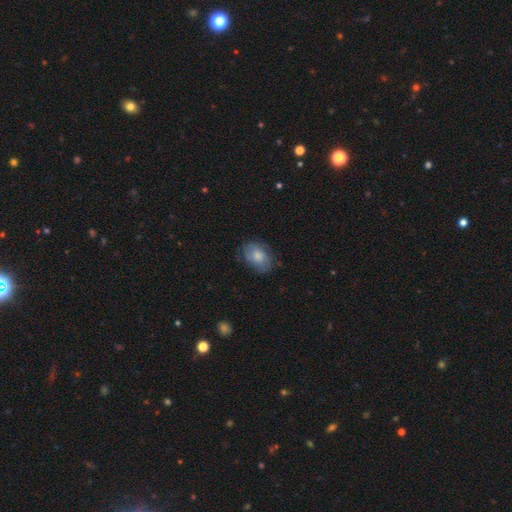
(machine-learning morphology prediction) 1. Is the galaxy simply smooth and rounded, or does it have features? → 59% smooth, 33% featured or disk, 9% star or artifact.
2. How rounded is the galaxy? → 76% in between, 22% round, 1% cigar-shaped.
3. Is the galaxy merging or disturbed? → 73% none, 20% minor disturbance, 6% major disturbance, 1% merger.